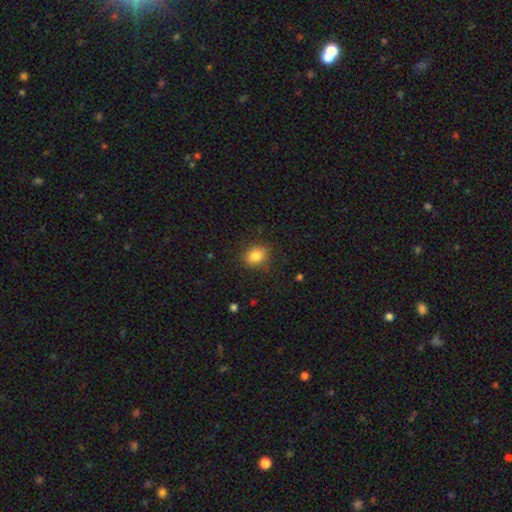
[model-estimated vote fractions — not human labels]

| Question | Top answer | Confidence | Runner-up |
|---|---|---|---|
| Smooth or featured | smooth | 84% | star or artifact (10%) |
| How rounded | round | 55% | in between (44%) |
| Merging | none | 81% | minor disturbance (14%) |